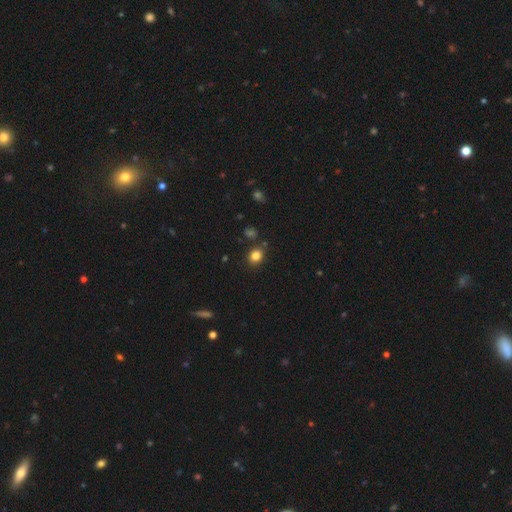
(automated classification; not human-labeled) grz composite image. It shows a smooth galaxy with no disk features (83%) that is round (62%). Merging: none (82%).